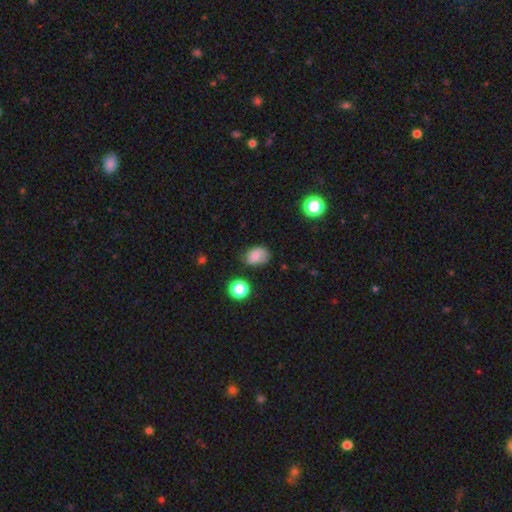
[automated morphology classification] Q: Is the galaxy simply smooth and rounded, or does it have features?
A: smooth — 67%.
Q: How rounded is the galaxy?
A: in between — 72%.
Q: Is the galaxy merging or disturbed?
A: none — 60%.